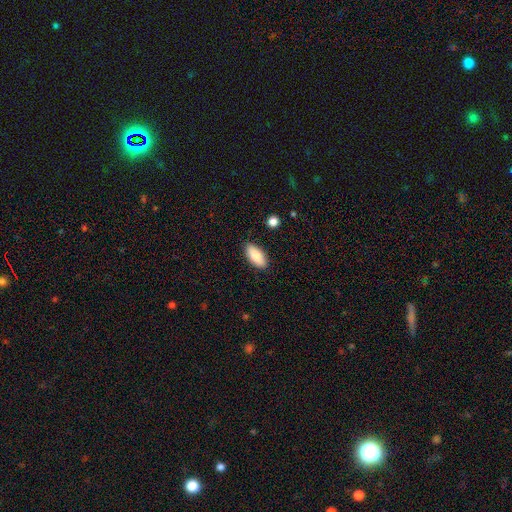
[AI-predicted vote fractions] smooth_or_featured: smooth (p=0.86) [alt: featured or disk p=0.07]
how_rounded: in between (p=0.88) [alt: cigar-shaped p=0.10]
merging: none (p=0.87) [alt: minor disturbance p=0.09]